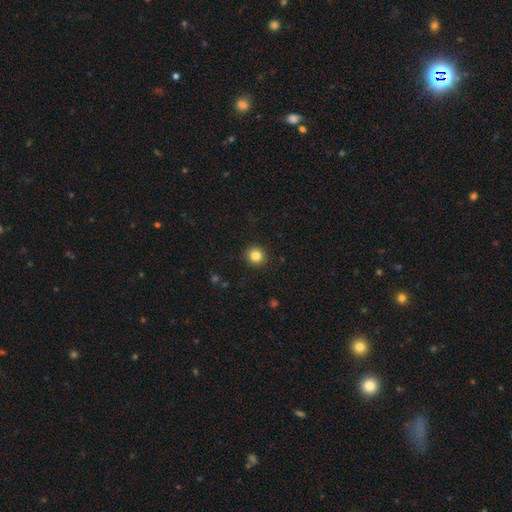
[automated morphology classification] Overall: smooth (83%). How rounded: round (93%). Merging: none (92%).